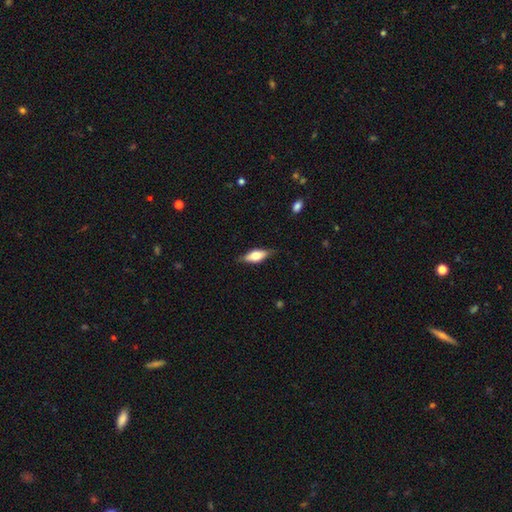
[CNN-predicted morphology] type=smooth (52%); roundness=in between (69%); merging=none (82%).